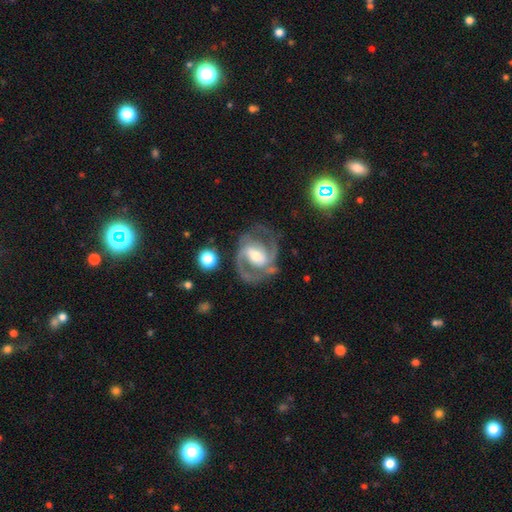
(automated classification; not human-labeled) The model was most divided on "bar": weak: 41%, strong: 36%, no: 22%. More confident: edge-on disk — no (97%); spiral arms — yes (96%); smooth or featured — featured or disk (89%); spiral arm count — 2 (86%); merging — none (68%); bulge size — moderate (64%); spiral winding — medium (58%).